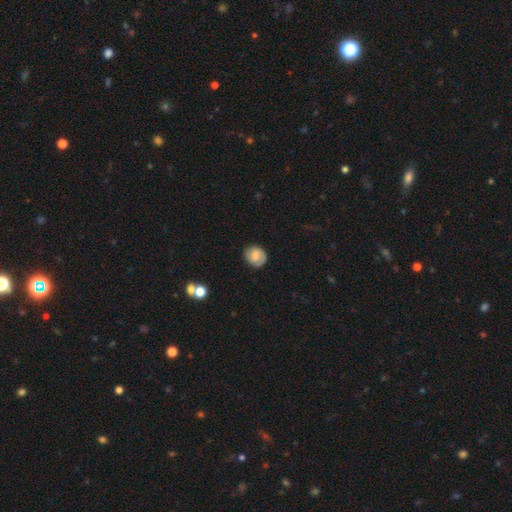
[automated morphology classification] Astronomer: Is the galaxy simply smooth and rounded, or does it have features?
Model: smooth — 66%.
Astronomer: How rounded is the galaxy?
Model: round — 77%.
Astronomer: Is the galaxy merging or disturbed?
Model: none — 79%.